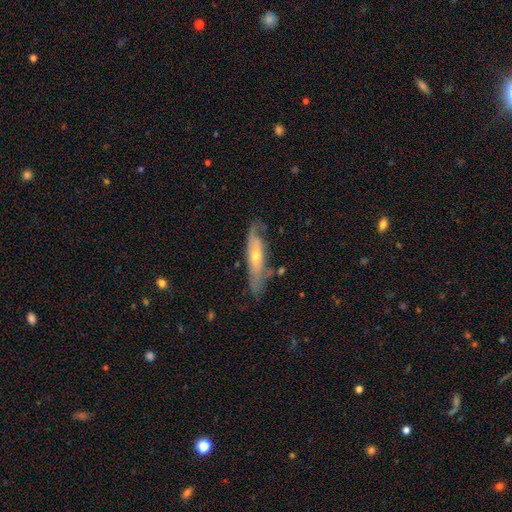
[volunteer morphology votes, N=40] A featured or disk galaxy (57%) with no bar (69%), 2 (62%) tight (50%) spiral arms (62%) and a small central bulge (54%). Merging: none (61%).